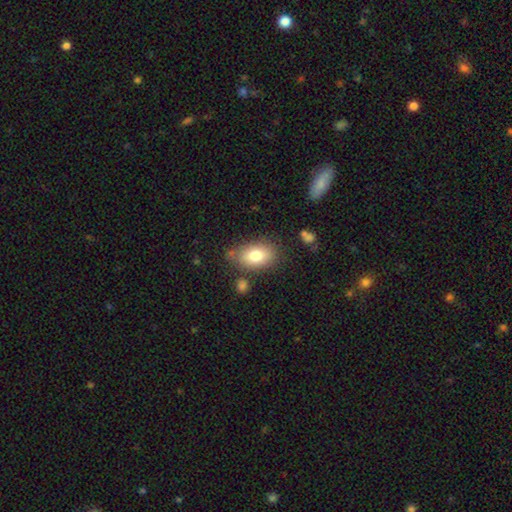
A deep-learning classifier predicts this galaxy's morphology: Smooth or featured? smooth (80%)
How rounded? in between (88%)
Merging? none (74%)